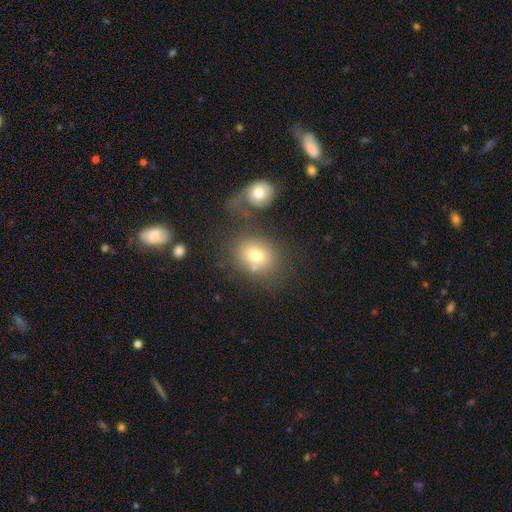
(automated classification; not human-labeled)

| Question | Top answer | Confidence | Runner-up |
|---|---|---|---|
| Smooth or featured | smooth | 69% | featured or disk (18%) |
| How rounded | round | 51% | in between (48%) |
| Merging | none | 53% | merger (22%) |